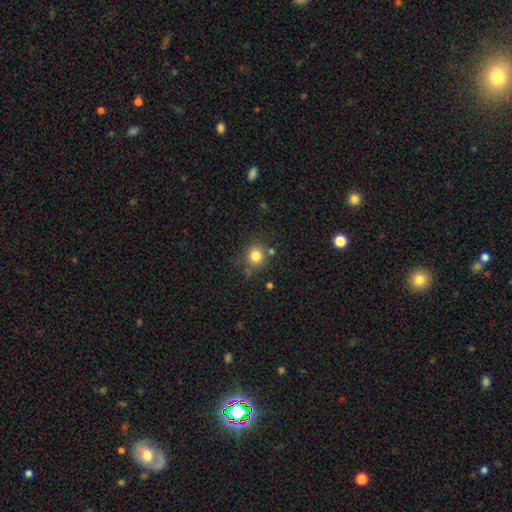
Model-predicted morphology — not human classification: Smooth or featured? smooth (81%)
How rounded? round (88%)
Merging? none (74%)